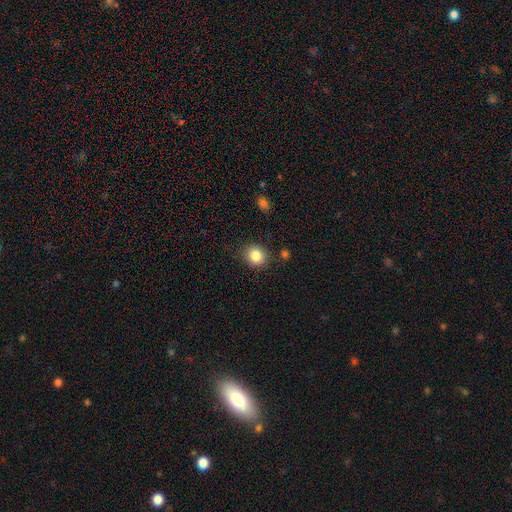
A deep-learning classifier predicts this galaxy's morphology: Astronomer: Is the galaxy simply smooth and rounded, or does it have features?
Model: smooth — 85%.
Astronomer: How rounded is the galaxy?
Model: round — 72%.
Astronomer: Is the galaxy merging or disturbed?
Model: none — 85%.